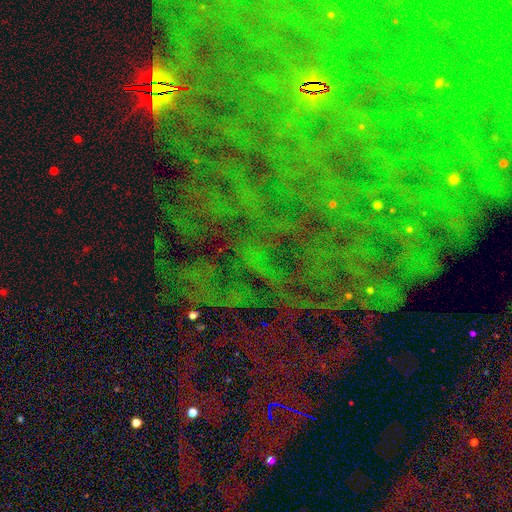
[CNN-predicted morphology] smooth_or_featured: star or artifact (p=0.81) [alt: featured or disk p=0.10]